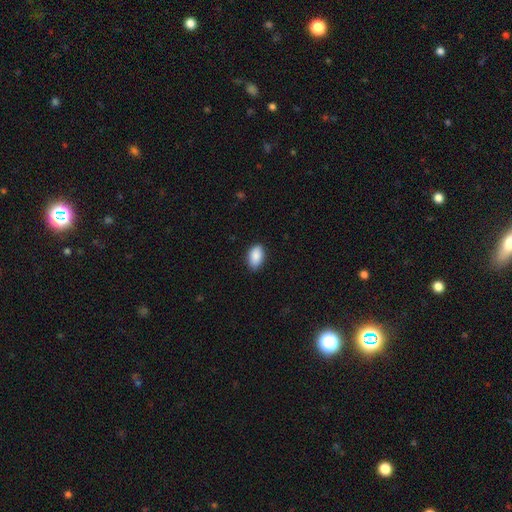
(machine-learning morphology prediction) Overall: smooth (89%). How rounded: in between (93%). Merging: none (85%).